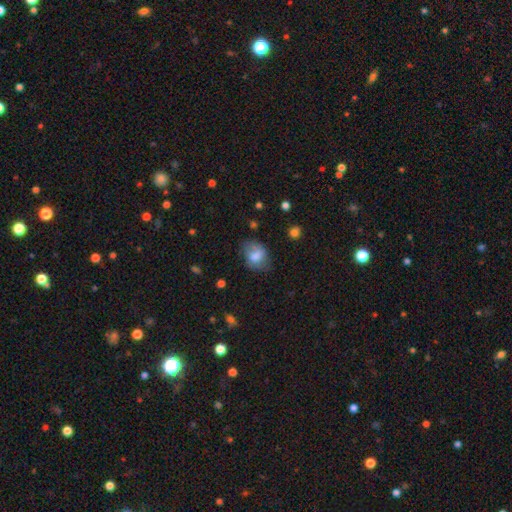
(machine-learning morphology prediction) The model was most divided on "merging": none: 55%, minor disturbance: 29%, major disturbance: 14%, merger: 3%. More confident: smooth or featured — smooth (70%); how rounded — in between (66%).